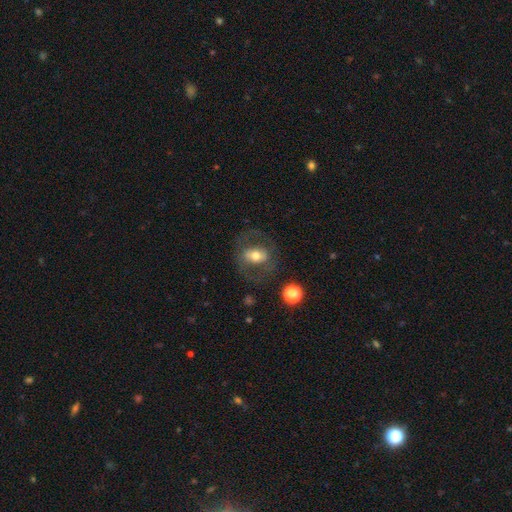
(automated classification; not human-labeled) Smooth or featured: featured or disk — 48% (smooth — 44%)
Merging: none — 68% (major disturbance — 15%)